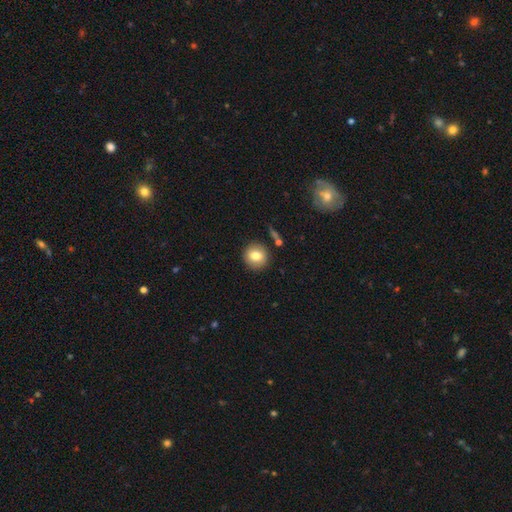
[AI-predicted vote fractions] A smooth galaxy with no disk features (79%) that is round (90%). Merging: none (88%).